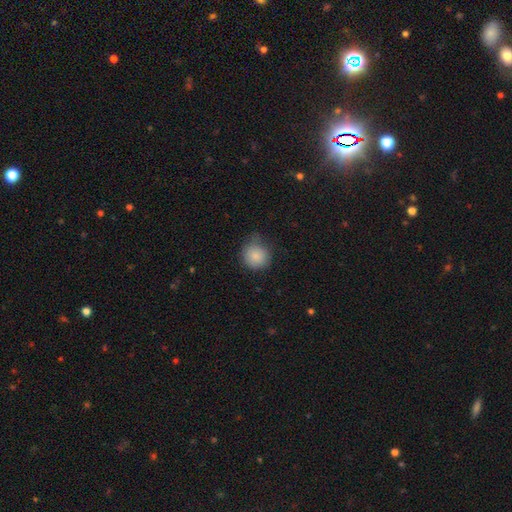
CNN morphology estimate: Q: Smooth or featured?
A: smooth (86%); runner-up: star or artifact (8%)
Q: How rounded?
A: round (88%); runner-up: in between (11%)
Q: Merging?
A: none (62%); runner-up: minor disturbance (29%)